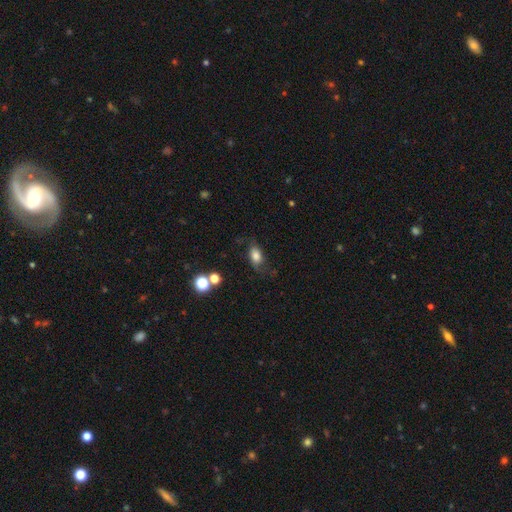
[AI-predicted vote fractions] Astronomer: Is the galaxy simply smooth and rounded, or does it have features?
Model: smooth — 69%.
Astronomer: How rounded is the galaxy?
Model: in between — 82%.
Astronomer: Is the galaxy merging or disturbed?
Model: none — 56%.